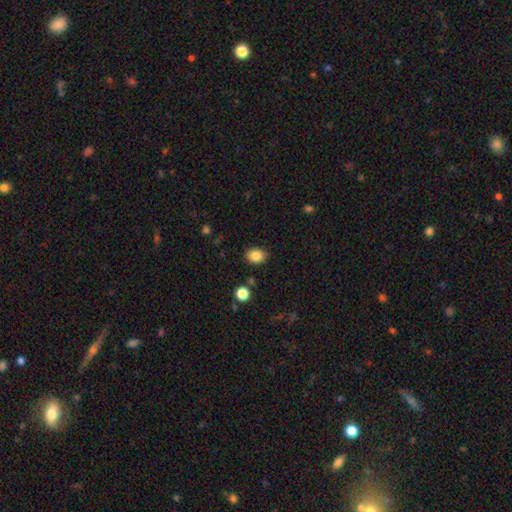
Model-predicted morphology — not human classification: This appears to be a smooth galaxy with no disk features (85%) that is round (53%). Merging: none (86%).